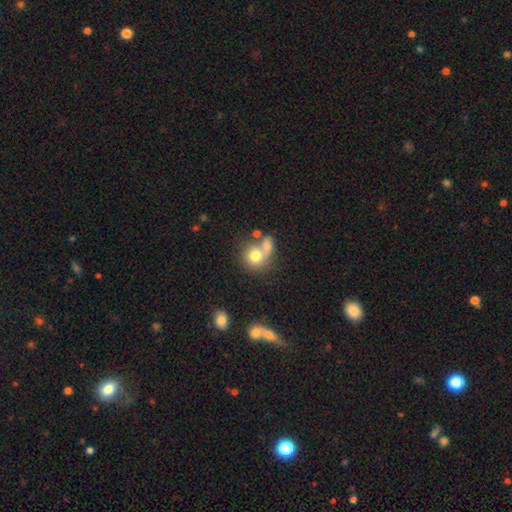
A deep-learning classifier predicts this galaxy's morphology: Q: Smooth or featured?
A: smooth (74%); runner-up: featured or disk (16%)
Q: How rounded?
A: round (78%); runner-up: in between (21%)
Q: Merging?
A: merger (47%); runner-up: none (35%)